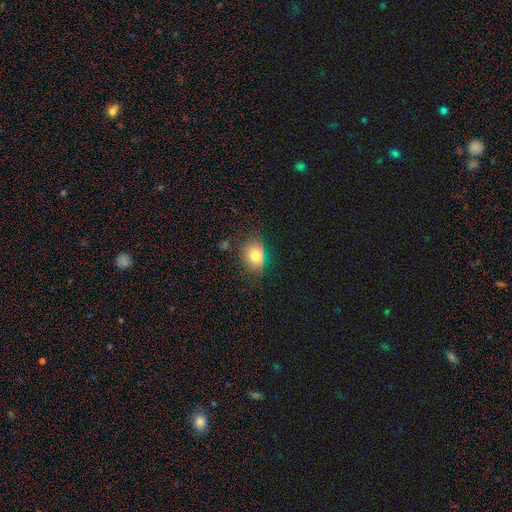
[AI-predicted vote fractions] smooth-or-featured: smooth: 78% | star or artifact: 13% | featured or disk: 9%
  how-rounded: round: 50% | in between: 48% | cigar-shaped: 1%
  merging: none: 79% | minor disturbance: 15% | major disturbance: 4% | merger: 2%